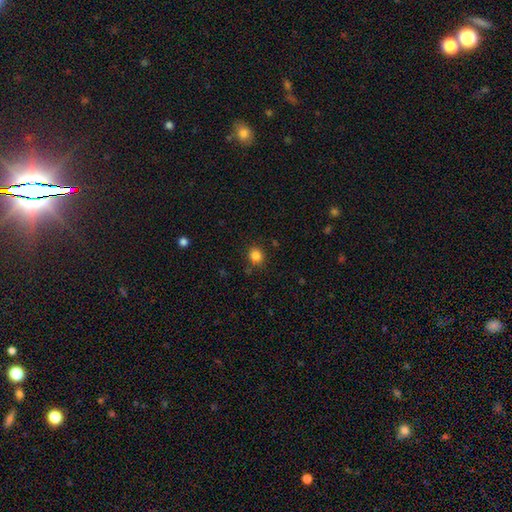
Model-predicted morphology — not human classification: A smooth galaxy with no disk features (84%) that is round (83%).

Vote fractions:
- Smooth or featured? smooth: 84% / star or artifact: 12% / featured or disk: 4%
- How rounded? round: 83% / in between: 16% / cigar-shaped: 1%
- Merging? none: 84% / minor disturbance: 10% / merger: 3% / major disturbance: 3%